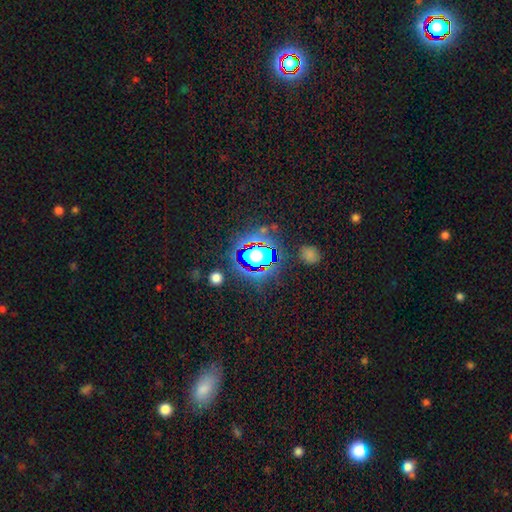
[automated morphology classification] Overall: star or artifact (59%; smooth 29%).